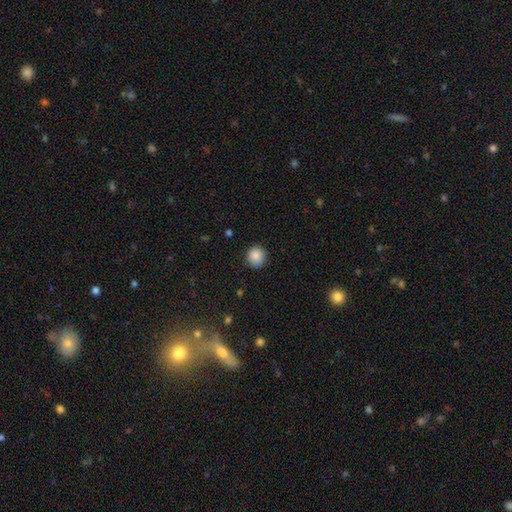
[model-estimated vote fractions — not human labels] The model was most divided on "smooth or featured": smooth: 87%, star or artifact: 9%, featured or disk: 4%. More confident: how rounded — round (90%); merging — none (88%).